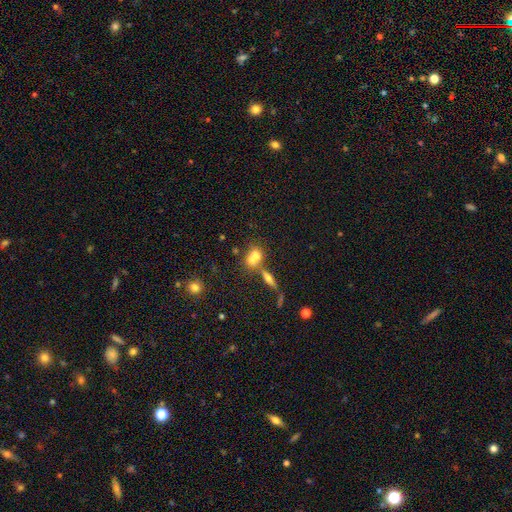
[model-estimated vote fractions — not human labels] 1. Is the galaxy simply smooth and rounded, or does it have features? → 68% smooth, 20% featured or disk, 12% star or artifact.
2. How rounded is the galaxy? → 56% in between, 39% round, 5% cigar-shaped.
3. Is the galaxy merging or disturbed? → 56% merger, 29% none, 9% minor disturbance, 5% major disturbance.